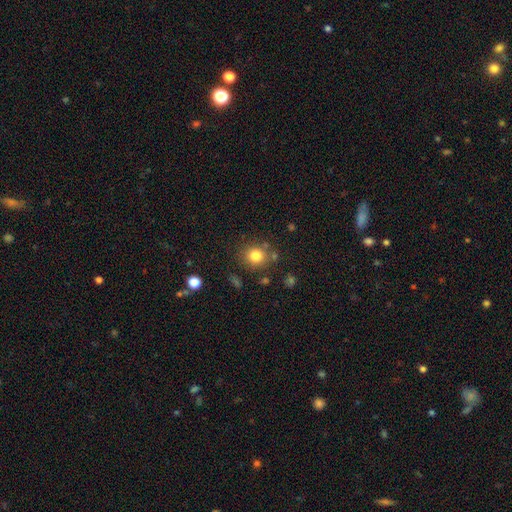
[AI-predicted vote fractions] smooth-or-featured: smooth: 81% | star or artifact: 12% | featured or disk: 7%
  how-rounded: round: 83% | in between: 16% | cigar-shaped: 1%
  merging: none: 79% | minor disturbance: 11% | merger: 7% | major disturbance: 4%